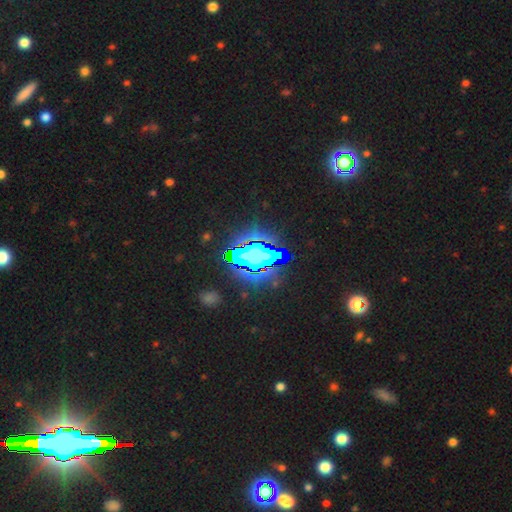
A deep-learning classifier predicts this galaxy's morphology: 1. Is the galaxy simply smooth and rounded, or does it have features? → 79% star or artifact, 11% smooth, 9% featured or disk.